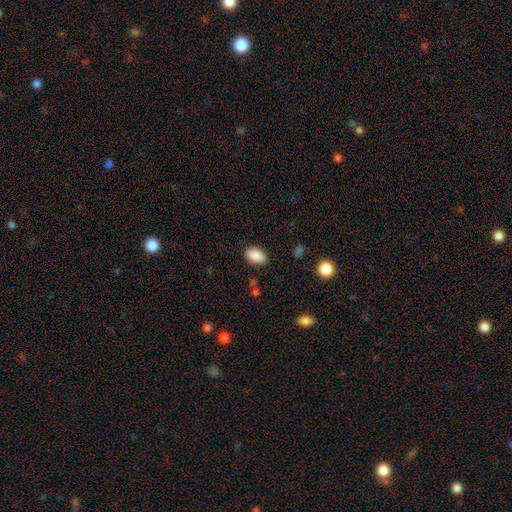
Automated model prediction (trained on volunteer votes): Morphology: type=smooth (88%); roundness=in between (91%); merging=none (85%).